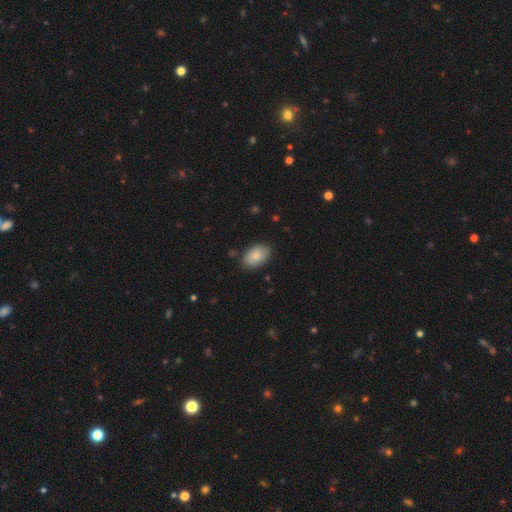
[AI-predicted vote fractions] Smooth or featured?
  - smooth: 85% *
  - featured or disk: 9%
  - star or artifact: 6%
How rounded?
  - in between: 92% *
  - round: 7%
  - cigar-shaped: 1%
Merging?
  - none: 83% *
  - minor disturbance: 13%
  - major disturbance: 3%
  - merger: 2%